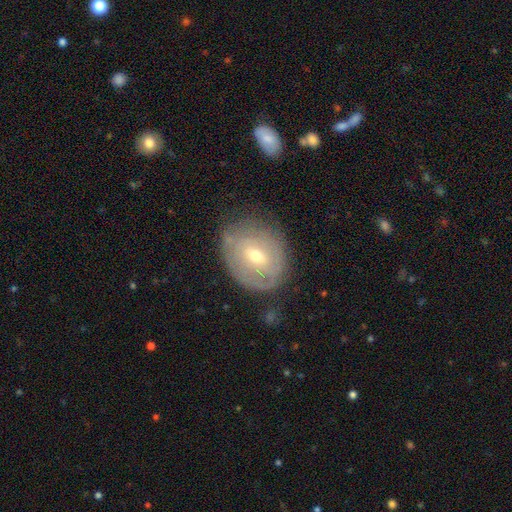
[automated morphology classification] The model was most divided on "bar": no: 47%, weak: 42%, strong: 10%. More confident: edge-on disk — no (95%); merging — none (69%); spiral arms — yes (62%); smooth or featured — featured or disk (62%); bulge size — moderate (54%).